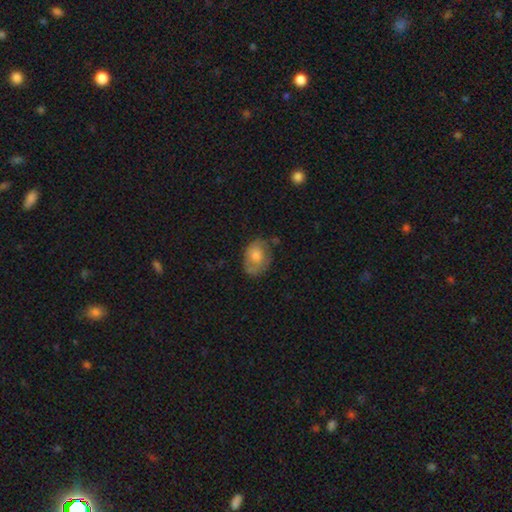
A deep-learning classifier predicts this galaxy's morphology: A smooth galaxy with no disk features (57%) that is in between round and cigar-shaped (74%).

Vote fractions:
- Smooth or featured? smooth: 57% / featured or disk: 35% / star or artifact: 8%
- How rounded? in between: 74% / round: 25% / cigar-shaped: 1%
- Merging? none: 64% / minor disturbance: 26% / major disturbance: 8% / merger: 2%